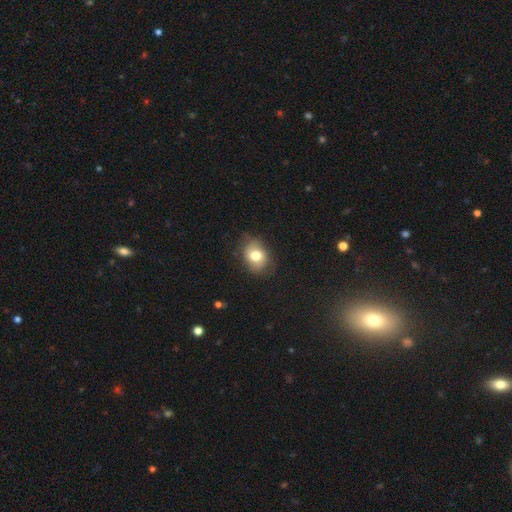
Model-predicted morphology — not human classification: Smooth or featured: smooth — 75% (featured or disk — 17%)
How rounded: in between — 59% (round — 40%)
Merging: none — 74% (minor disturbance — 19%)